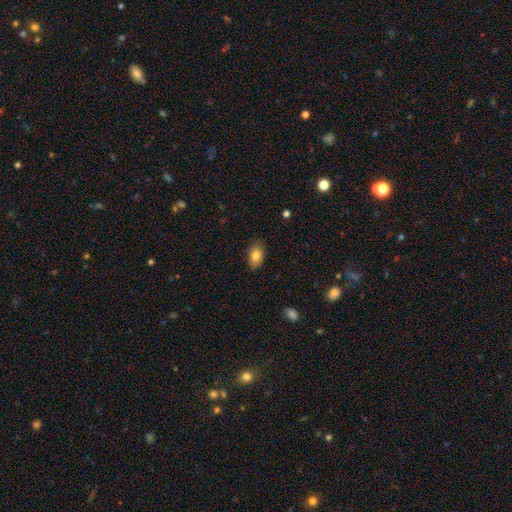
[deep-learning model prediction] The model was most divided on "merging": none: 84%, minor disturbance: 13%, major disturbance: 2%, merger: 1%. More confident: how rounded — in between (90%); smooth or featured — smooth (82%).